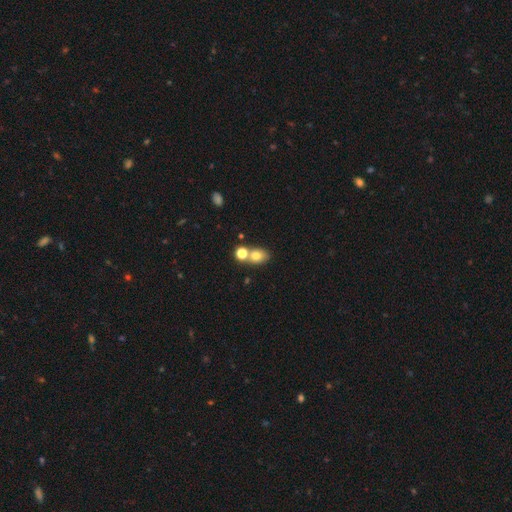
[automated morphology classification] Overall: smooth (75%). How rounded: in between (60%; round 38%). Merging: none (48%; merger 38%).